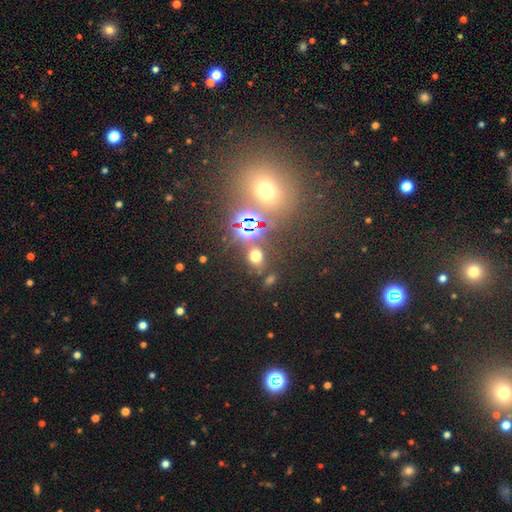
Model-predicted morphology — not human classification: Overall: smooth (55%; star or artifact 36%). How rounded: in between (54%; round 44%). Merging: none (75%).